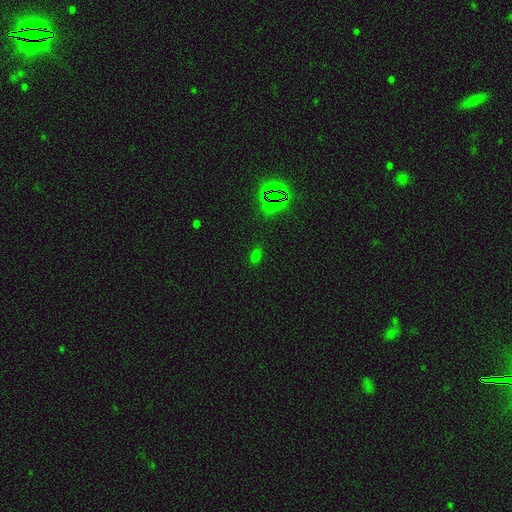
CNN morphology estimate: Q: Smooth or featured?
A: smooth (57%); runner-up: star or artifact (37%)
Q: How rounded?
A: in between (83%); runner-up: round (12%)
Q: Merging?
A: none (83%); runner-up: minor disturbance (11%)